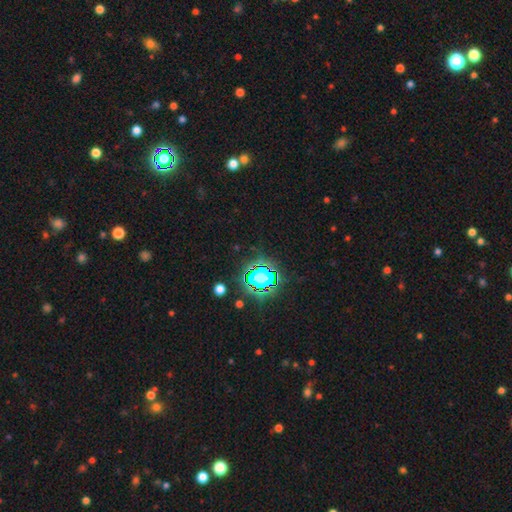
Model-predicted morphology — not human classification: This appears to be a star or artifact, not a galaxy (81%).